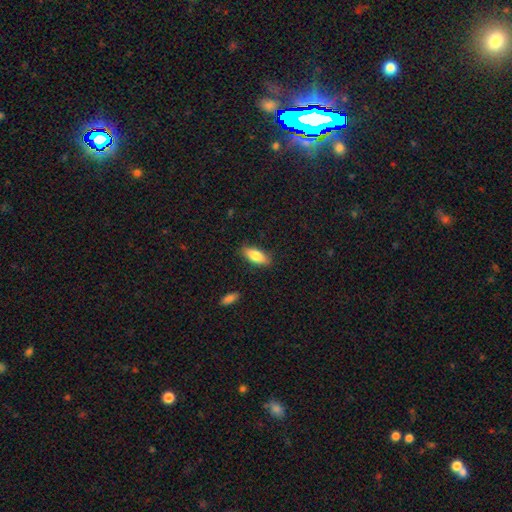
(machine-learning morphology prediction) The model was most divided on "how rounded": in between: 79%, cigar-shaped: 18%, round: 2%. More confident: merging — none (85%); smooth or featured — smooth (81%).